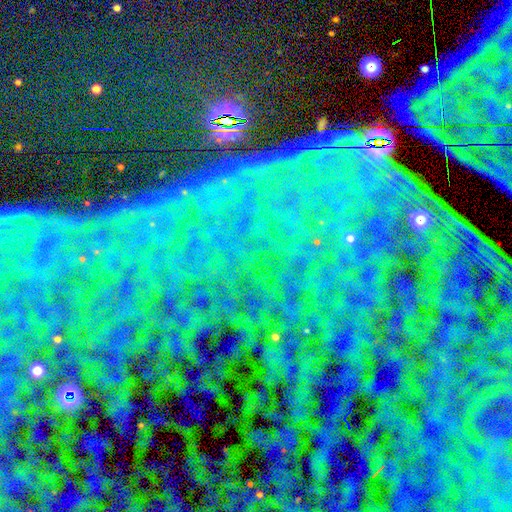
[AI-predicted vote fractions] Q: Smooth or featured?
A: star or artifact (83%); runner-up: featured or disk (9%)